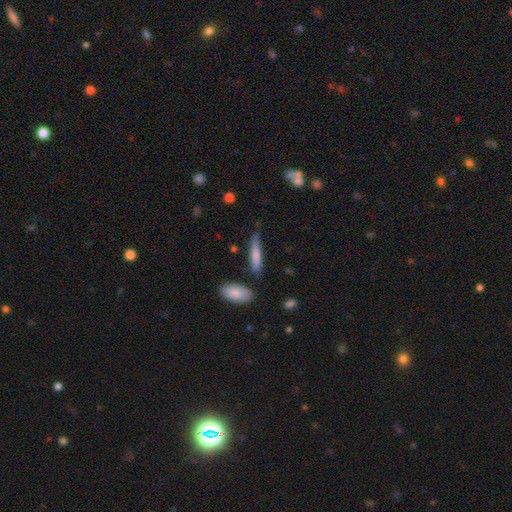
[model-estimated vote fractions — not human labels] A smooth galaxy with no disk features (74%) that is cigar-shaped (80%). Merging: none (60%).